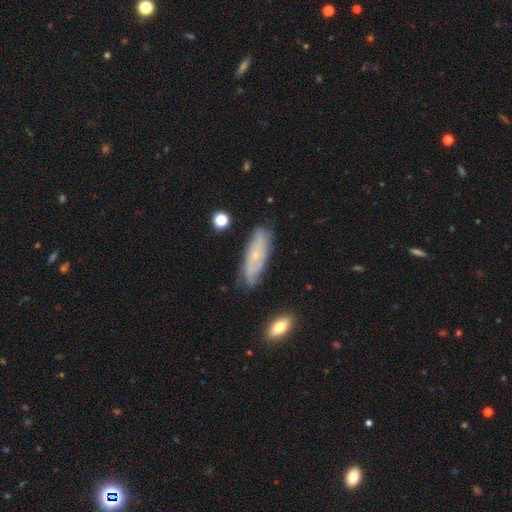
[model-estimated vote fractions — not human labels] Morphology: type=featured or disk (55%); edge-on=no (79%); merging=none (73%).